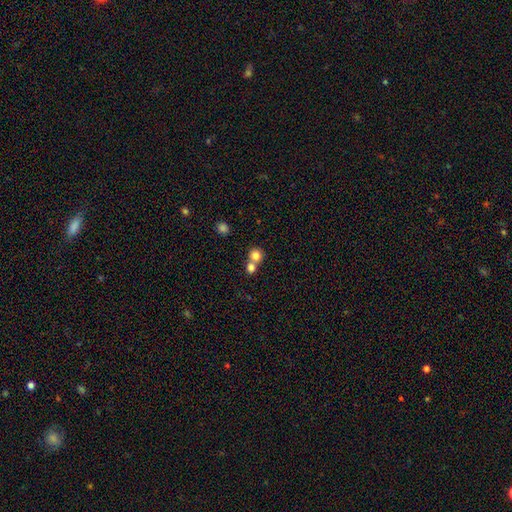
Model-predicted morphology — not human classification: Smooth or featured? Predicted: smooth (p=0.80). How rounded? Predicted: round (p=0.87). Merging? Predicted: merger (p=0.52).